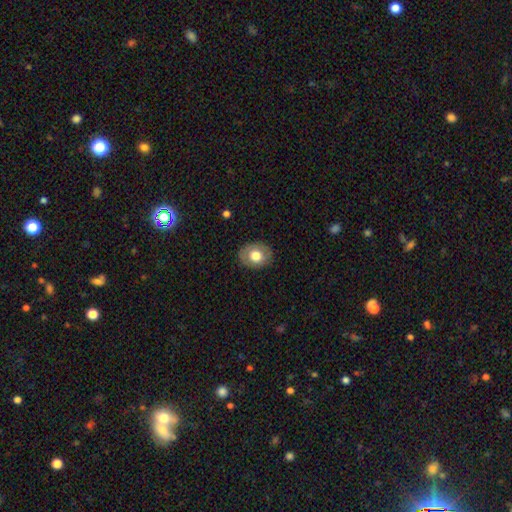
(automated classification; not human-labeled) A smooth galaxy with no disk features (70%) that is in between round and cigar-shaped (55%).

Vote fractions:
- Smooth or featured? smooth: 70% / featured or disk: 22% / star or artifact: 8%
- How rounded? in between: 55% / round: 44% / cigar-shaped: 1%
- Merging? none: 85% / minor disturbance: 11% / major disturbance: 3% / merger: 1%